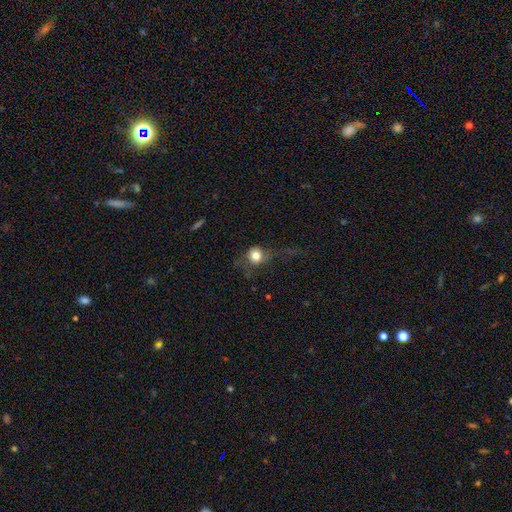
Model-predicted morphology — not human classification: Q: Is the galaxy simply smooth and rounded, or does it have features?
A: smooth — 75%.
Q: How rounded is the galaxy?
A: round — 86%.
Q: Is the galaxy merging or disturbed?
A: none — 51%.